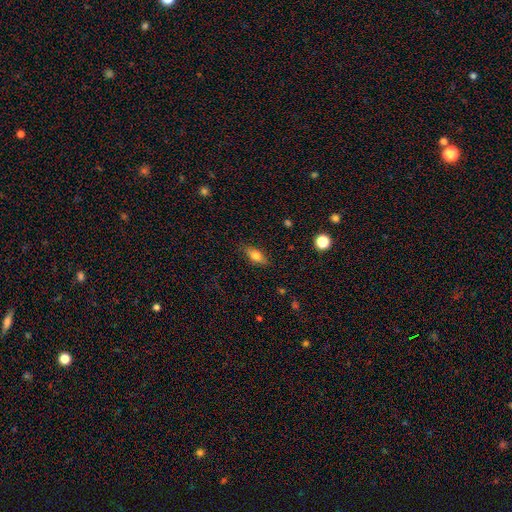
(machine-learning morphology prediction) Smooth or featured: smooth — 76% (featured or disk — 15%)
How rounded: in between — 81% (cigar-shaped — 15%)
Merging: none — 83% (minor disturbance — 13%)